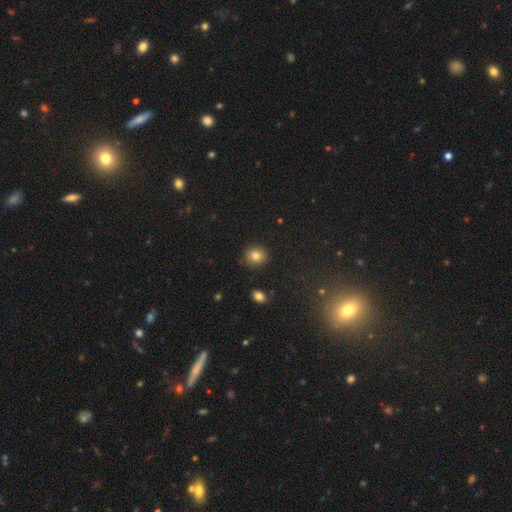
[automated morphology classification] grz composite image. It shows a smooth galaxy with no disk features (81%) that is round (79%). Merging: none (86%).